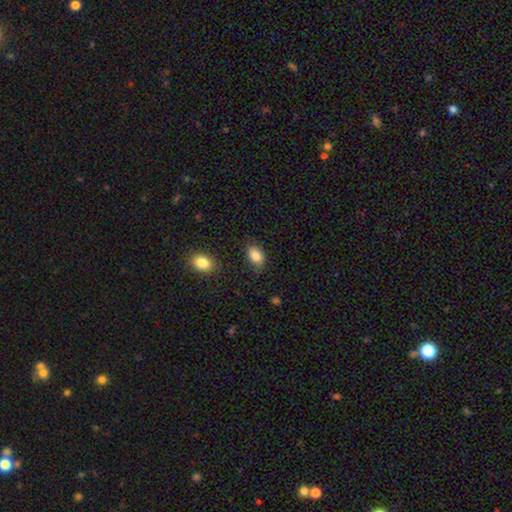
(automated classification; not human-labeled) Q: Smooth or featured?
A: smooth (86%); runner-up: star or artifact (8%)
Q: How rounded?
A: in between (85%); runner-up: round (13%)
Q: Merging?
A: none (76%); runner-up: minor disturbance (18%)